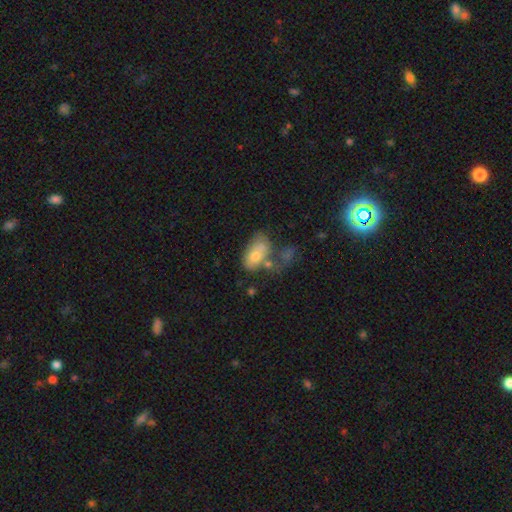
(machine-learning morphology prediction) Smooth or featured?
  - smooth: 68% *
  - featured or disk: 24%
  - star or artifact: 8%
How rounded?
  - in between: 90% *
  - round: 8%
  - cigar-shaped: 2%
Merging?
  - merger: 32% * (tied)
  - none: 32% * (tied)
  - minor disturbance: 20%
  - major disturbance: 16%